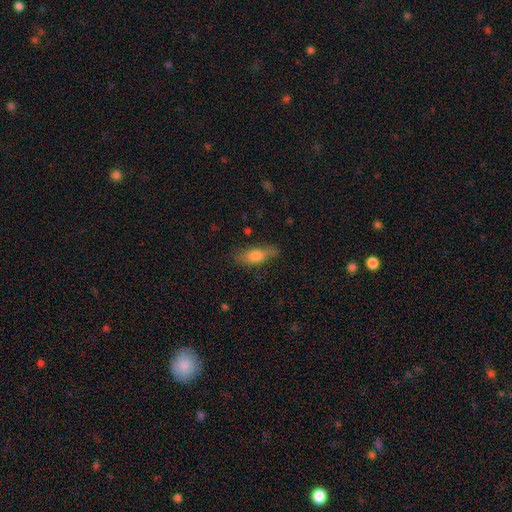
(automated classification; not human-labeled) Q: Smooth or featured?
A: smooth (67%); runner-up: featured or disk (25%)
Q: How rounded?
A: in between (58%); runner-up: cigar-shaped (38%)
Q: Merging?
A: none (74%); runner-up: minor disturbance (20%)